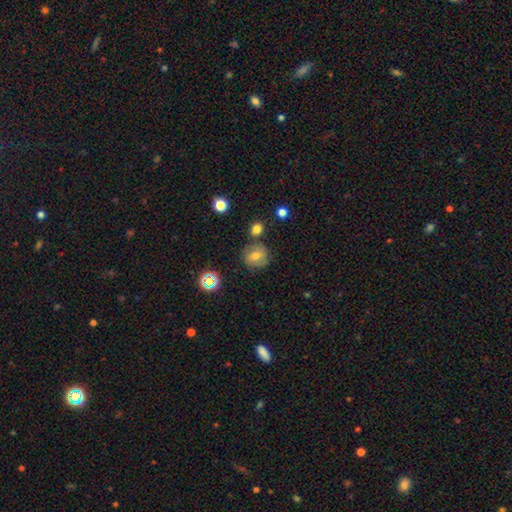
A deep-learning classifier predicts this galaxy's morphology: This is likely a smooth galaxy (61%). How rounded: clearly round (86%). Merging: likely none (72%).